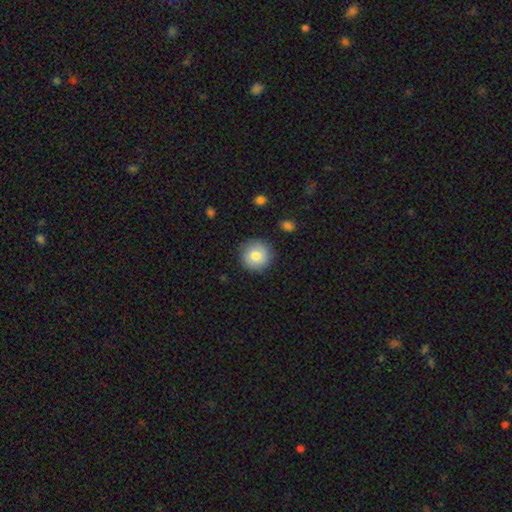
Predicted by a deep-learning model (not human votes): This is likely a smooth galaxy (80%). How rounded: clearly round (95%). Merging: clearly none (89%).